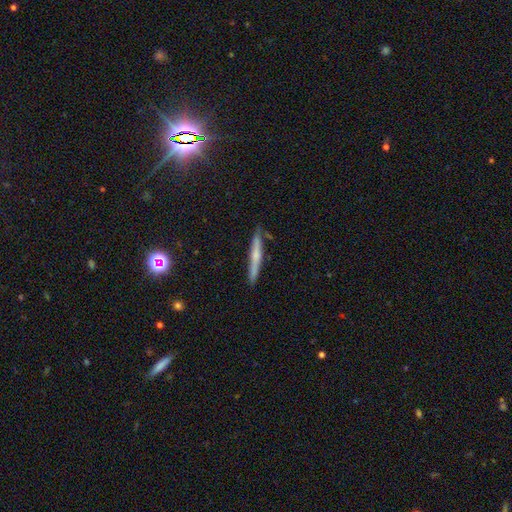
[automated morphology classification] Smooth or featured? Predicted: featured or disk (p=0.47). Merging? Predicted: none (p=0.85).